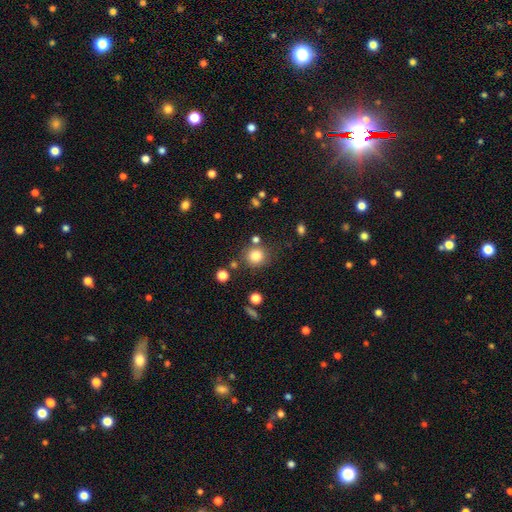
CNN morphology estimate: Smooth or featured?
  - smooth: 82% *
  - star or artifact: 12%
  - featured or disk: 6%
How rounded?
  - round: 88% *
  - in between: 11%
  - cigar-shaped: 1%
Merging?
  - none: 78% *
  - minor disturbance: 11%
  - merger: 7%
  - major disturbance: 4%